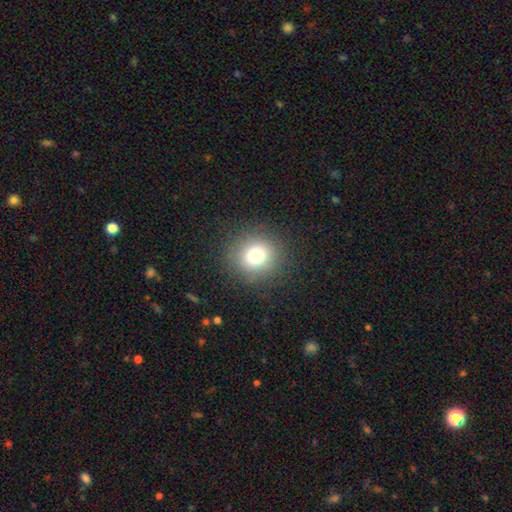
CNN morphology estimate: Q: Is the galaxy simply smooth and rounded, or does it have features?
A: smooth — 76%.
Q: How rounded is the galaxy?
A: round — 91%.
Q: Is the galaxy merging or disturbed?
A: none — 88%.